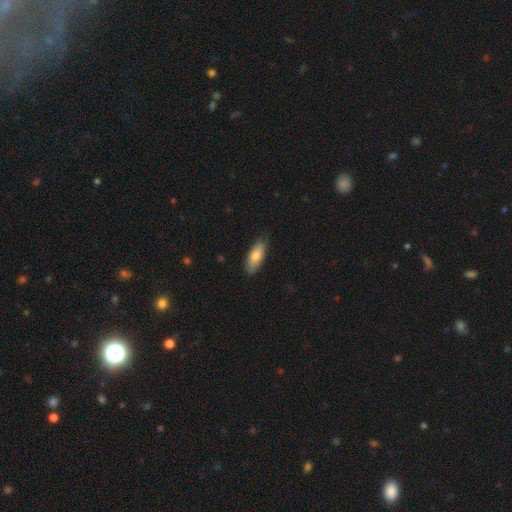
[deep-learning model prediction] A smooth galaxy with no disk features (79%) that is in between round and cigar-shaped (72%). Merging: none (81%).